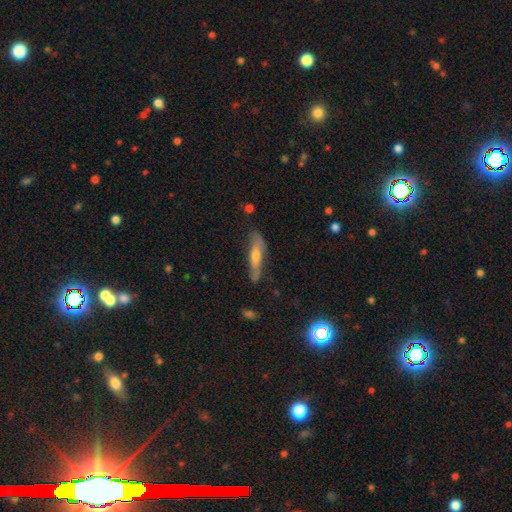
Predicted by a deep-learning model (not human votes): smooth-or-featured: featured or disk: 50% | smooth: 42% | star or artifact: 8%
  merging: none: 70% | minor disturbance: 21% | major disturbance: 6% | merger: 2%